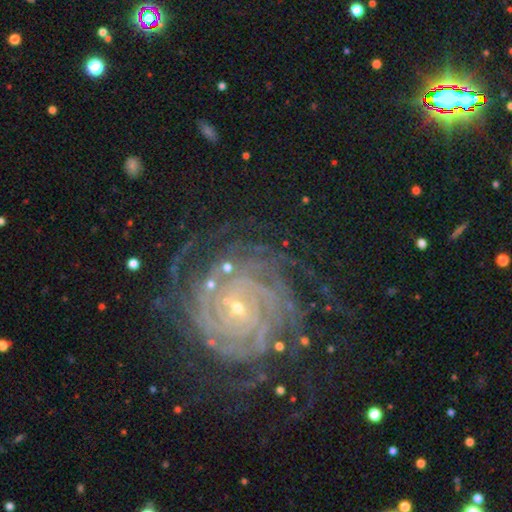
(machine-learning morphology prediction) Smooth or featured? featured or disk (89%)
Edge-on disk? no (98%)
Bar? no (62%)
Spiral arms? yes (98%)
Spiral winding? tight (82%)
Spiral arm count? more than 4 (24%, tied with can't tell)
Bulge size? small (82%)
Merging? none (72%)